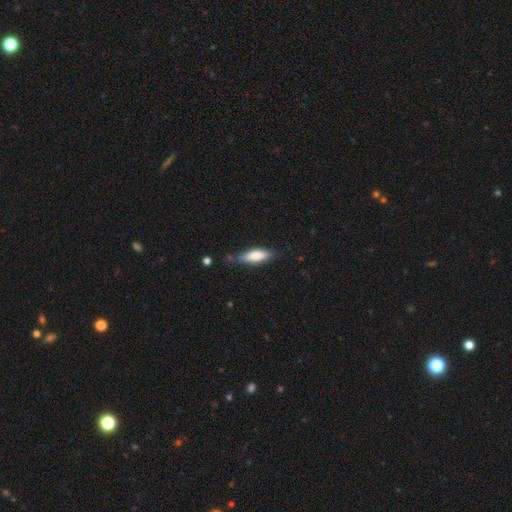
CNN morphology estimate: The model was most divided on "how rounded": in between: 55%, cigar-shaped: 43%, round: 2%. More confident: smooth or featured — smooth (75%); merging — none (71%).